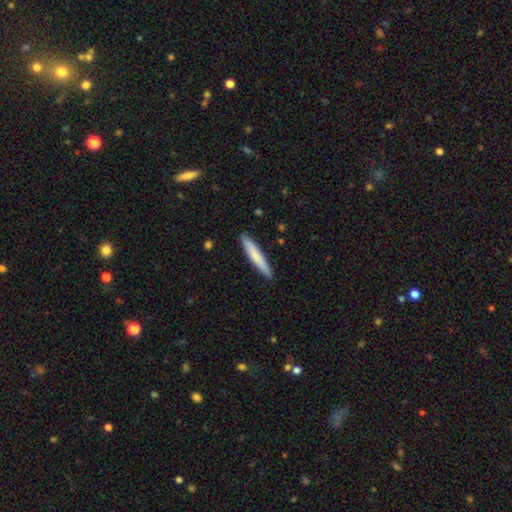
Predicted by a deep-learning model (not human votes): Q: Smooth or featured?
A: smooth (74%); runner-up: featured or disk (21%)
Q: How rounded?
A: cigar-shaped (93%); runner-up: in between (6%)
Q: Merging?
A: none (90%); runner-up: minor disturbance (7%)